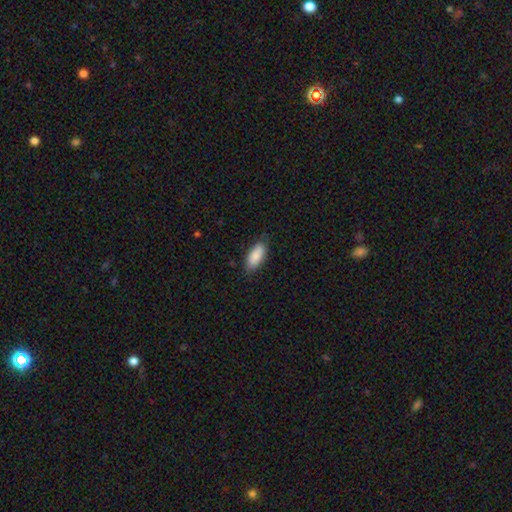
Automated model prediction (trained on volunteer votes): smooth-or-featured: smooth: 88% | star or artifact: 6% | featured or disk: 6%
  how-rounded: in between: 85% | cigar-shaped: 13% | round: 2%
  merging: none: 83% | minor disturbance: 13% | major disturbance: 2% | merger: 1%